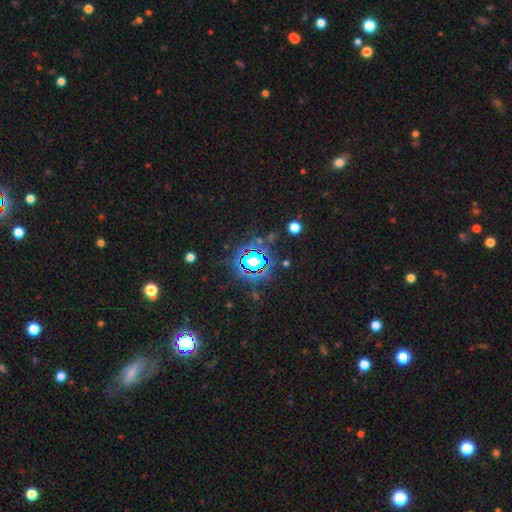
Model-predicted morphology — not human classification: This is clearly a star or artifact rather than a galaxy (80%).